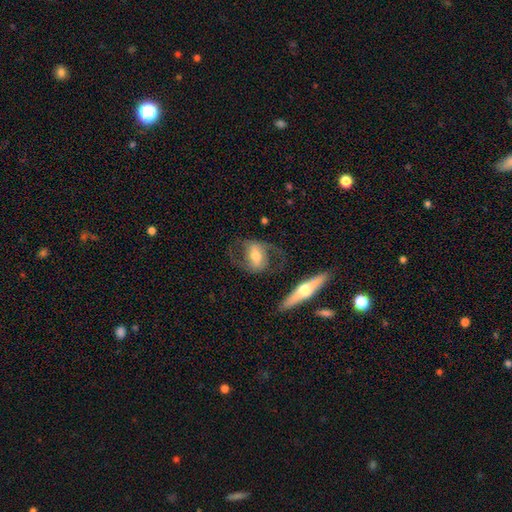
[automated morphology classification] This appears to be a featured or disk galaxy (76%) with a weak bar (39%), 2 (89%) medium (46%) spiral arms (87%) and a moderate central bulge (62%). Merging: none (67%).